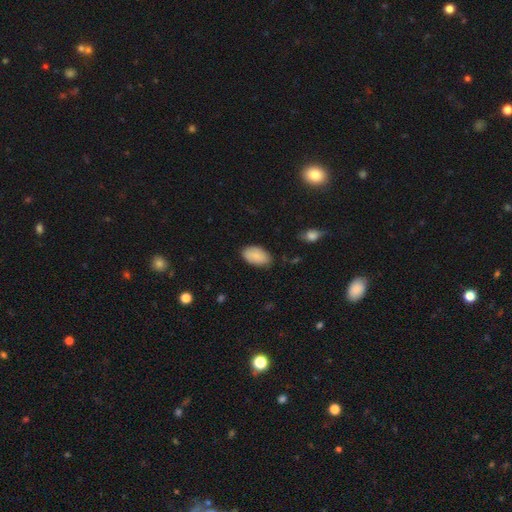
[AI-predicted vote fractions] Smooth or featured?
  - smooth: 84% *
  - featured or disk: 9%
  - star or artifact: 7%
How rounded?
  - in between: 94% *
  - round: 5%
  - cigar-shaped: 1%
Merging?
  - none: 76% *
  - minor disturbance: 19%
  - major disturbance: 3%
  - merger: 1%